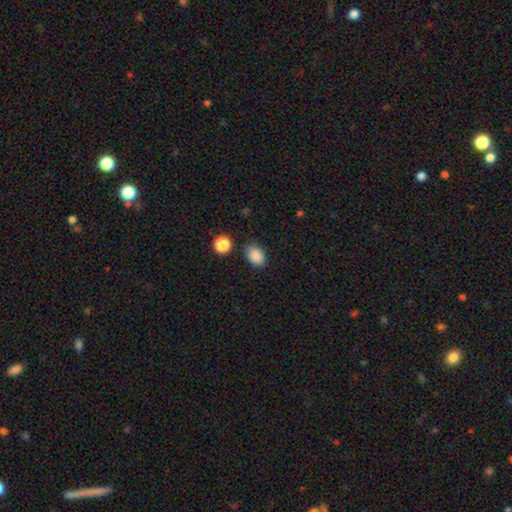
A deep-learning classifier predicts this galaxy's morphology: smooth-or-featured: smooth: 88% | star or artifact: 9% | featured or disk: 3%
  how-rounded: in between: 79% | round: 20% | cigar-shaped: 1%
  merging: none: 82% | minor disturbance: 12% | major disturbance: 3% | merger: 3%